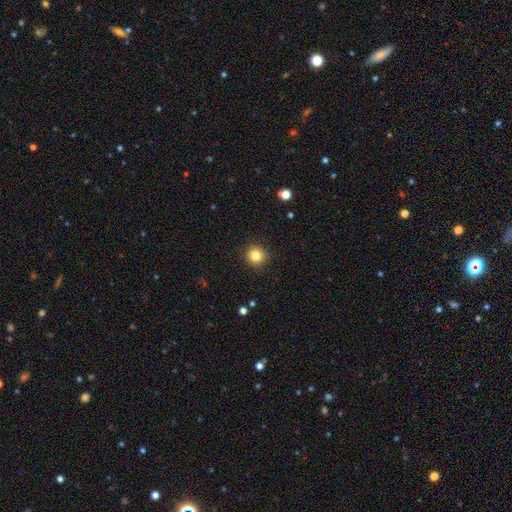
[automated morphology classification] A smooth galaxy with no disk features (83%) that is round (93%).

Vote fractions:
- Smooth or featured? smooth: 83% / star or artifact: 11% / featured or disk: 6%
- How rounded? round: 93% / in between: 6% / cigar-shaped: 1%
- Merging? none: 92% / minor disturbance: 5% / major disturbance: 2% / merger: 1%